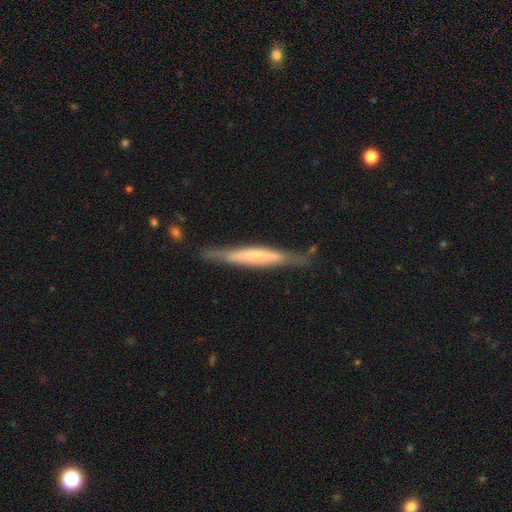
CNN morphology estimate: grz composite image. It shows a featured or disk galaxy (57%) viewed edge-on (92%) with no central bulge (50%). Merging: none (80%).